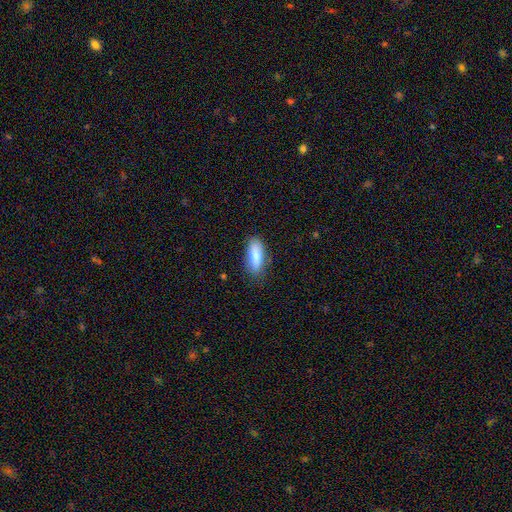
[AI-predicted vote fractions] This is clearly a smooth galaxy (83%). How rounded: likely in between (72%). Merging: clearly none (81%).